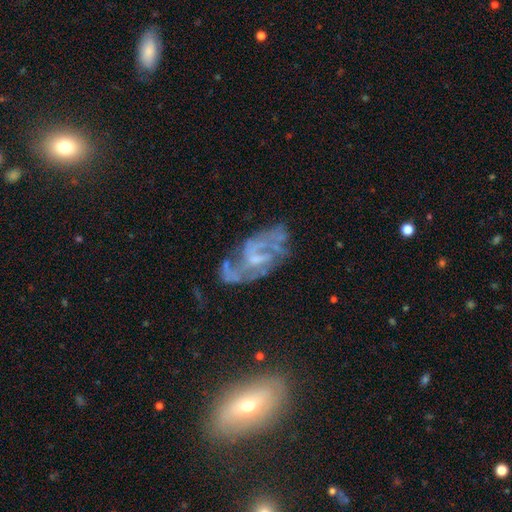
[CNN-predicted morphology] This appears to be a featured or disk galaxy (82%) with a weak bar (49%), 2 (56%) medium (48%) spiral arms (86%) and a small central bulge (50%). Merging: none (56%).